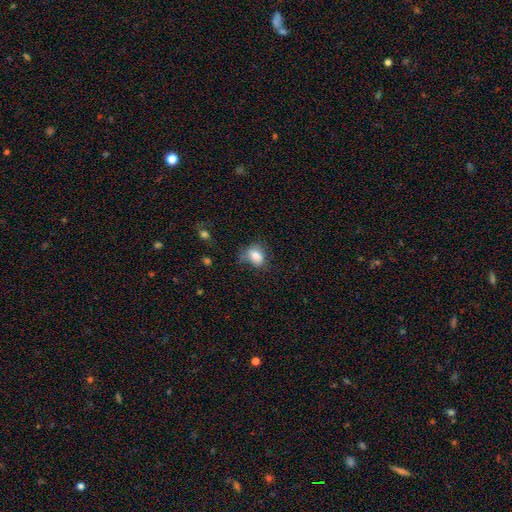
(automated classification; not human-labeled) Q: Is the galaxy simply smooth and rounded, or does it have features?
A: smooth — 81%.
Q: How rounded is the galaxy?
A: in between — 71%.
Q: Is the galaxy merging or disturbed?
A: none — 55%.